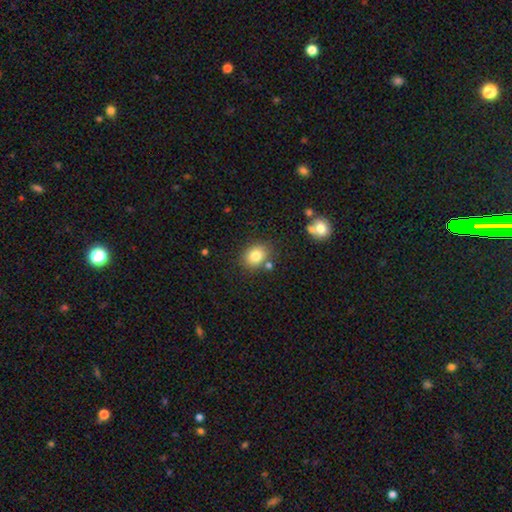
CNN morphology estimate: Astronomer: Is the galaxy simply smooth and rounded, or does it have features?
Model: smooth — 81%.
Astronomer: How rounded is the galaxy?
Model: in between — 50% (runner-up: round, 49%).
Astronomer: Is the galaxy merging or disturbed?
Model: none — 78%.